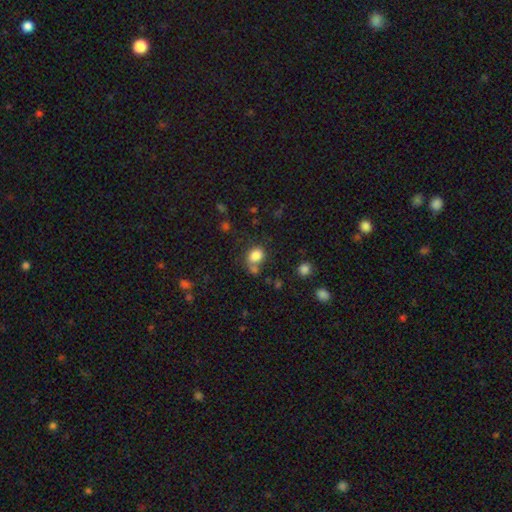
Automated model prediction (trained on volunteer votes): Smooth or featured: smooth — 83% (star or artifact — 11%)
How rounded: round — 54% (in between — 45%)
Merging: none — 58% (merger — 21%)